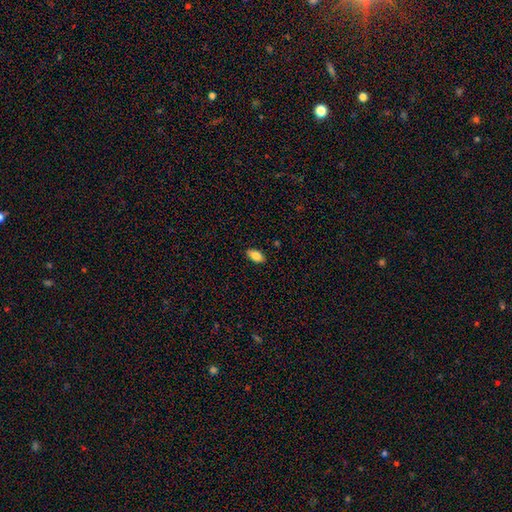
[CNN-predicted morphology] type=smooth (85%); roundness=in between (92%); merging=none (88%).